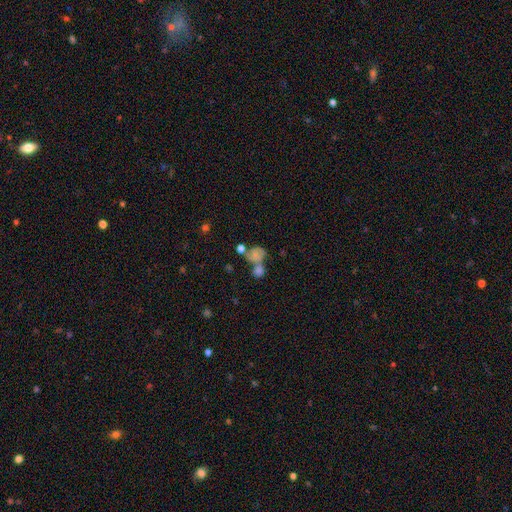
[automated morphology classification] Q: Smooth or featured?
A: smooth (58%); runner-up: featured or disk (28%)
Q: How rounded?
A: round (58%); runner-up: in between (40%)
Q: Merging?
A: merger (48%); runner-up: none (29%)